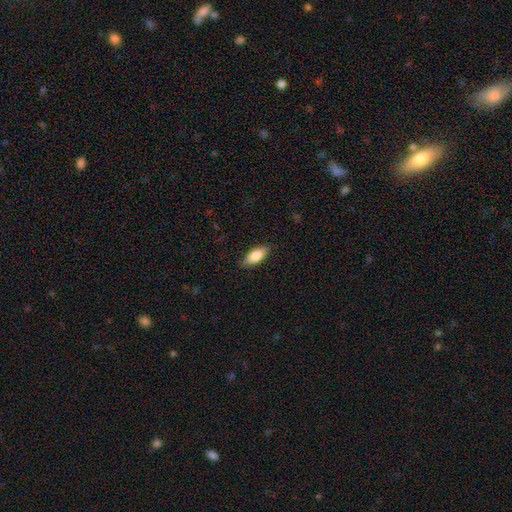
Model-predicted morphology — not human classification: smooth 82%, featured or disk 11%, star or artifact 6%. Down the decision tree: how rounded — in between (83%); merging — none (84%).